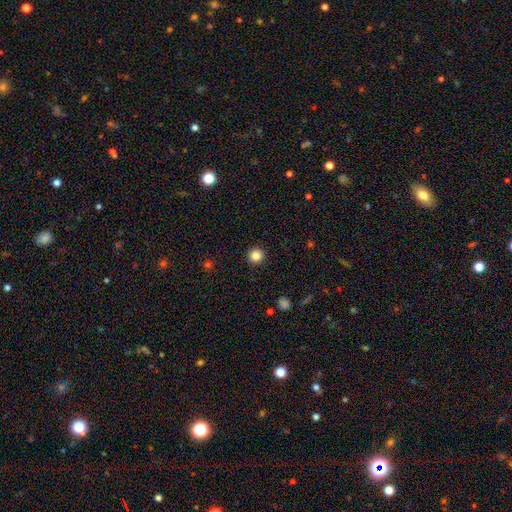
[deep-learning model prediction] smooth 84%, star or artifact 12%, featured or disk 4%. Down the decision tree: how rounded — round (95%); merging — none (93%).